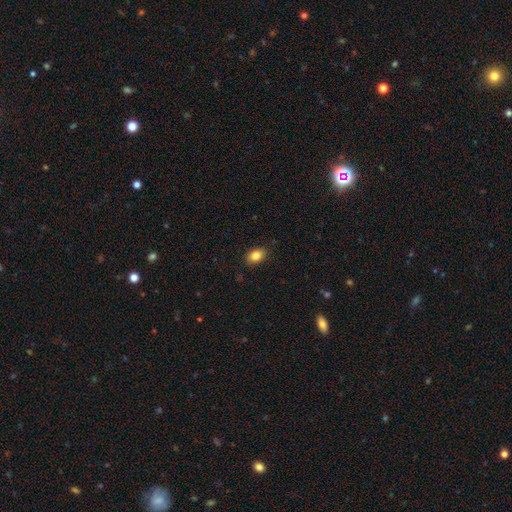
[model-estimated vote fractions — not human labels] A smooth galaxy with no disk features (84%) that is in between round and cigar-shaped (79%).

Vote fractions:
- Smooth or featured? smooth: 84% / star or artifact: 9% / featured or disk: 7%
- How rounded? in between: 79% / round: 19% / cigar-shaped: 1%
- Merging? none: 88% / minor disturbance: 9% / major disturbance: 2% / merger: 1%